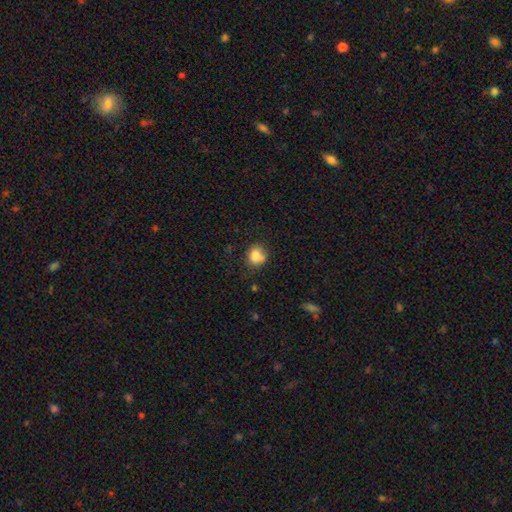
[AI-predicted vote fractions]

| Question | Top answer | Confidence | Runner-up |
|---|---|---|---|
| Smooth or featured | smooth | 82% | star or artifact (10%) |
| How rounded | round | 74% | in between (25%) |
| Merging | none | 64% | minor disturbance (21%) |